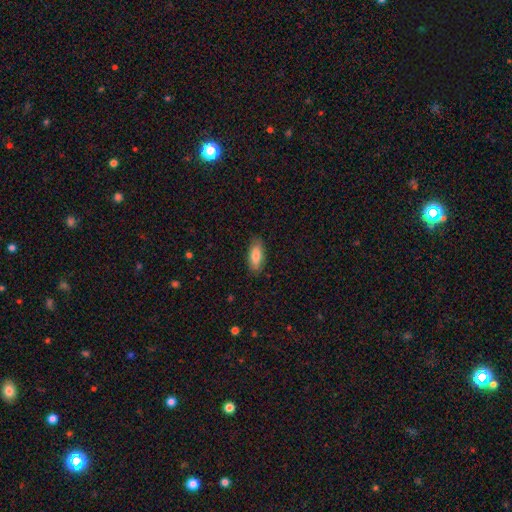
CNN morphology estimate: Smooth or featured? smooth (84%)
How rounded? in between (82%)
Merging? none (84%)